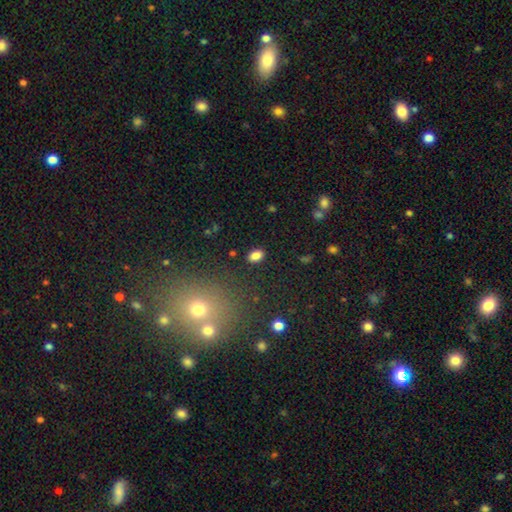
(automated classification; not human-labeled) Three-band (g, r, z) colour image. It shows a smooth galaxy with no disk features (83%) that is in between round and cigar-shaped (84%). Merging: none (87%).